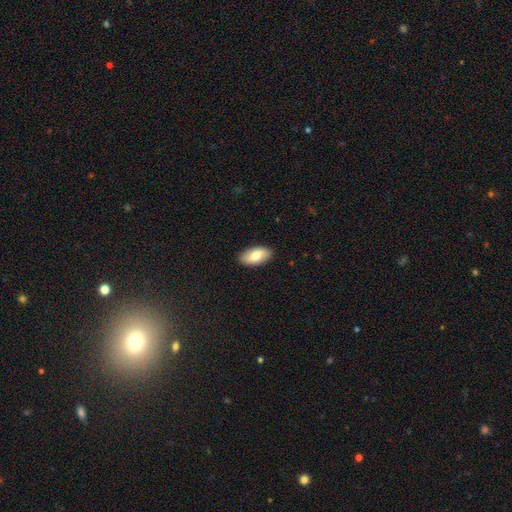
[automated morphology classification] Smooth or featured? smooth (76%)
How rounded? in between (94%)
Merging? none (88%)